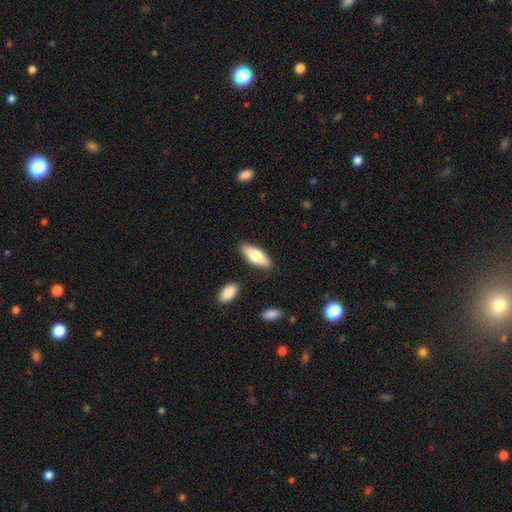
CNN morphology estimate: The model was most divided on "how rounded": in between: 69%, cigar-shaped: 29%, round: 2%. More confident: merging — none (86%); smooth or featured — smooth (71%).